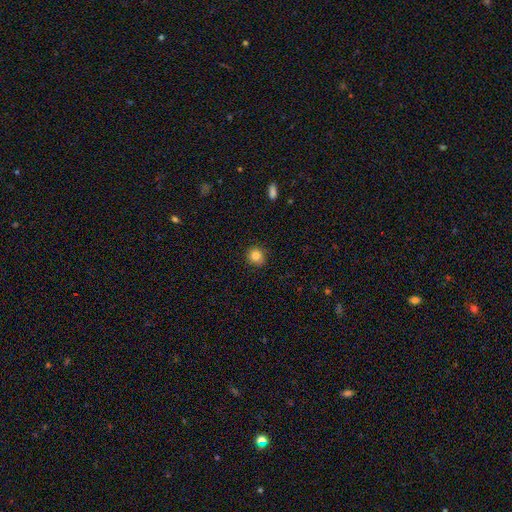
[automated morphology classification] This appears to be a smooth galaxy with no disk features (84%) that is round (89%). Merging: none (89%).